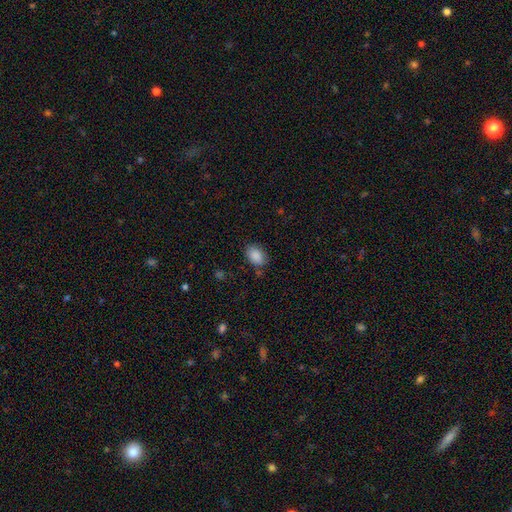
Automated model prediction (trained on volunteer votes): The model was most divided on "how rounded": in between: 81%, round: 18%, cigar-shaped: 1%. More confident: smooth or featured — smooth (88%); merging — none (79%).